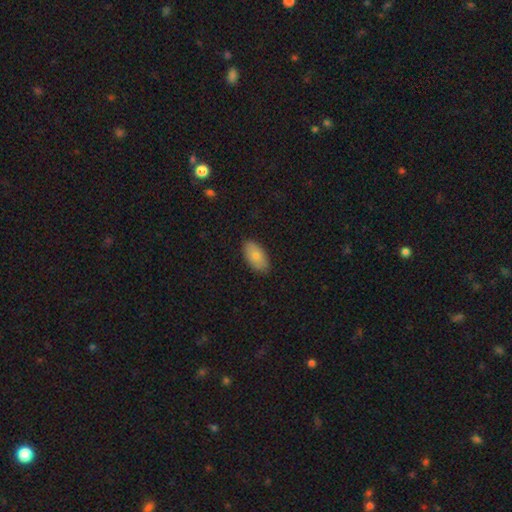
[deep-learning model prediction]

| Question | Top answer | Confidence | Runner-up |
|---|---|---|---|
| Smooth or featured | smooth | 79% | featured or disk (14%) |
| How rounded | in between | 93% | round (4%) |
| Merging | none | 86% | minor disturbance (11%) |